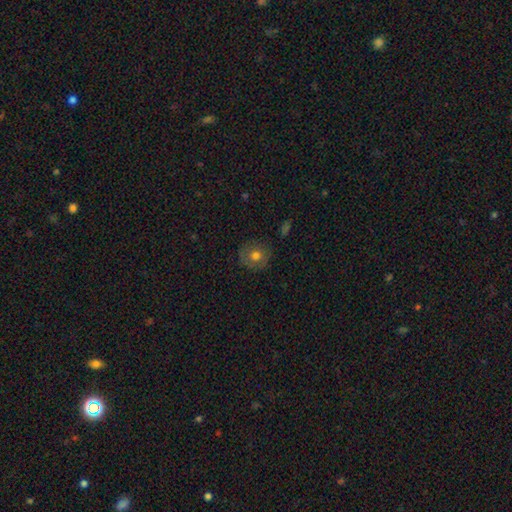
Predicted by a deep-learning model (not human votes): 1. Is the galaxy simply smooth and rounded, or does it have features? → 64% smooth, 26% featured or disk, 10% star or artifact.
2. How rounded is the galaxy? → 86% round, 13% in between, 1% cigar-shaped.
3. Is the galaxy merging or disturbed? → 79% none, 15% minor disturbance, 5% major disturbance, 2% merger.